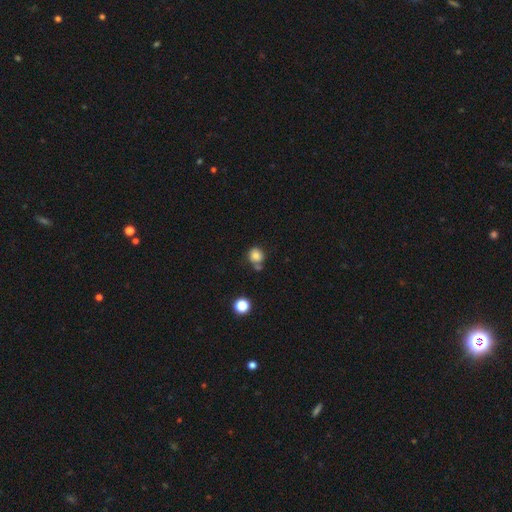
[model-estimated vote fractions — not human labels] Smooth or featured? smooth (80%)
How rounded? round (80%)
Merging? none (58%)